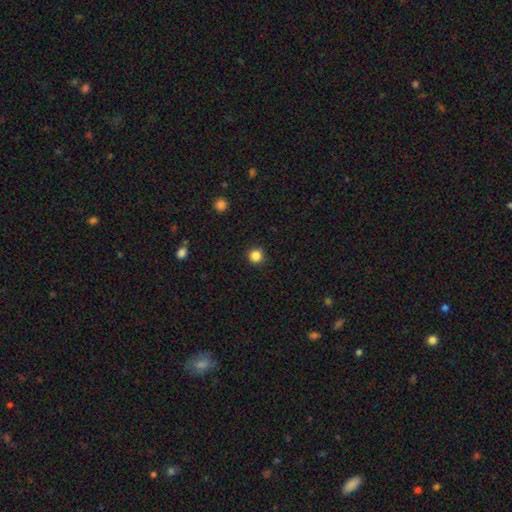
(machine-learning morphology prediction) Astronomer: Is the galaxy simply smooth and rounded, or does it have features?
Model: smooth — 85%.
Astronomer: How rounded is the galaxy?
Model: round — 95%.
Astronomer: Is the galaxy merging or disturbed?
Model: none — 92%.